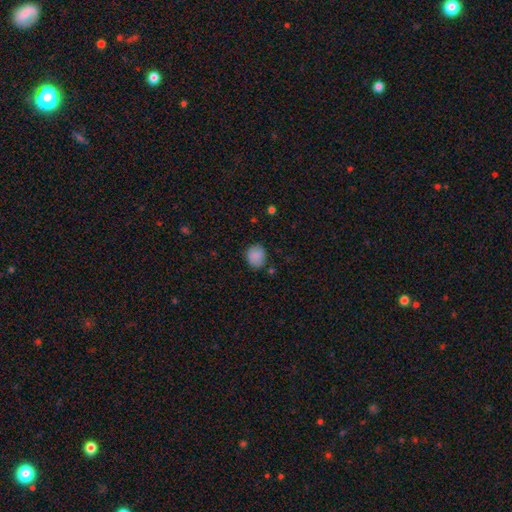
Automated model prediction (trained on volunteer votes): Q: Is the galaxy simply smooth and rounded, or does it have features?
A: smooth — 85%.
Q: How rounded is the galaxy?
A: round — 71%.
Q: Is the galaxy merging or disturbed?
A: none — 79%.